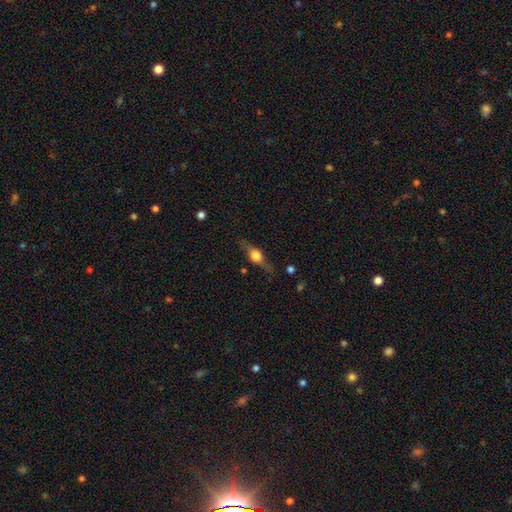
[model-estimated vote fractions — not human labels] Morphology: type=featured or disk (60%); edge-on=yes (93%); edge-on bulge=rounded (93%); merging=none (78%).